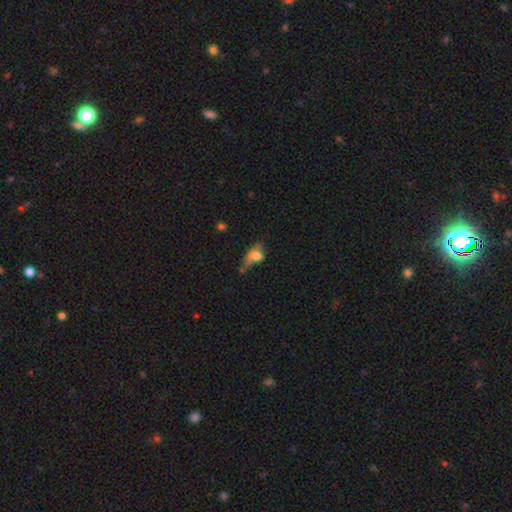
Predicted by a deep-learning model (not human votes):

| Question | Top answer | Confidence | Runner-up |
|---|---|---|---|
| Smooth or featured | smooth | 57% | featured or disk (29%) |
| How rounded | in between | 65% | round (25%) |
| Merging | major disturbance | 36% | none (25%) |